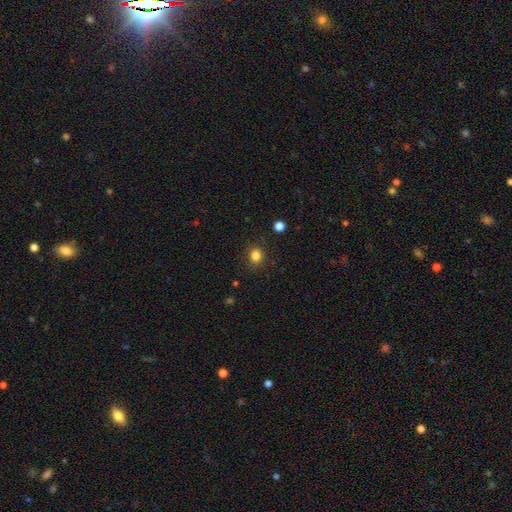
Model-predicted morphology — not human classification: type=smooth (83%); roundness=round (72%); merging=none (87%).